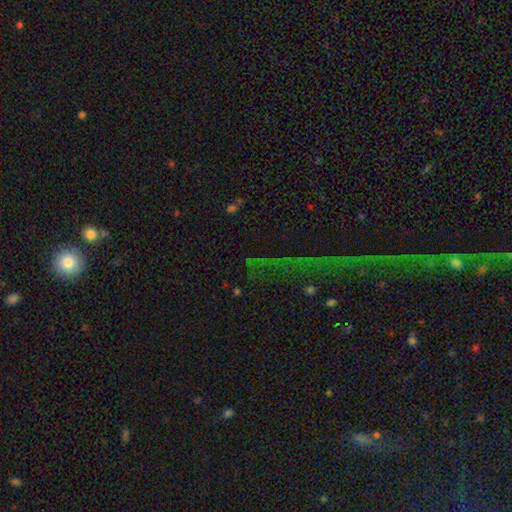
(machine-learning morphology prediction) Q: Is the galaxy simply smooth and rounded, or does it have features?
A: star or artifact — 72%.